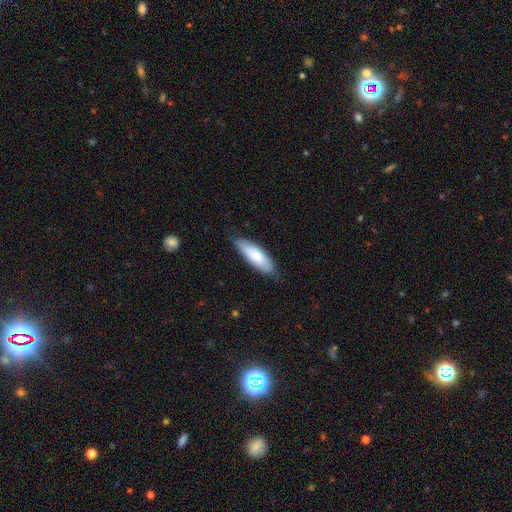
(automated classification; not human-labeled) Smooth or featured?
  - smooth: 80% *
  - featured or disk: 15%
  - star or artifact: 5%
How rounded?
  - in between: 60% *
  - cigar-shaped: 38%
  - round: 2%
Merging?
  - none: 77% *
  - minor disturbance: 20%
  - major disturbance: 3%
  - merger: 1%